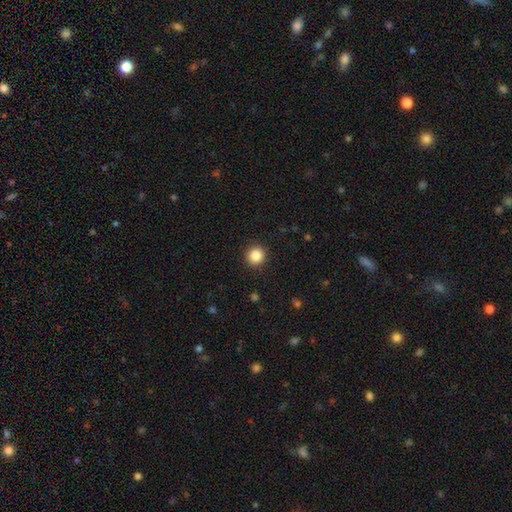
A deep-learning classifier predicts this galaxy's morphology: smooth-or-featured: smooth: 86% | star or artifact: 10% | featured or disk: 4%
  how-rounded: round: 93% | in between: 6% | cigar-shaped: 1%
  merging: none: 92% | minor disturbance: 5% | major disturbance: 2% | merger: 1%